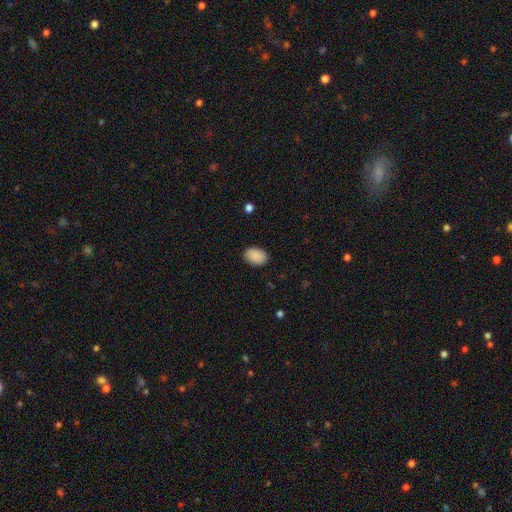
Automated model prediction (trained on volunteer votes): A smooth galaxy with no disk features (90%) that is in between round and cigar-shaped (84%). Merging: none (88%).